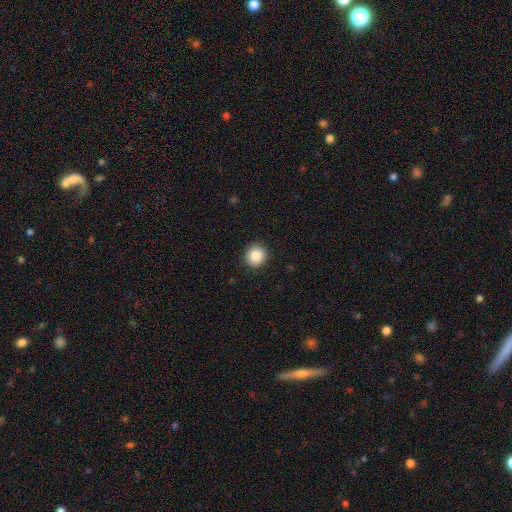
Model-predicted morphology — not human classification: A smooth galaxy with no disk features (87%) that is round (89%). Merging: none (91%).